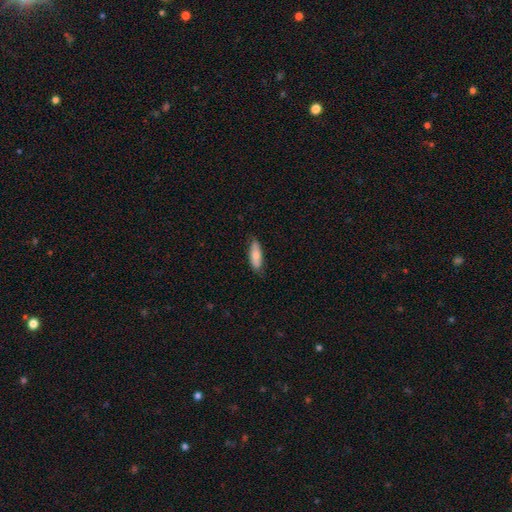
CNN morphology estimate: Smooth or featured?
  - smooth: 74% *
  - featured or disk: 21%
  - star or artifact: 6%
How rounded?
  - in between: 60% *
  - cigar-shaped: 38%
  - round: 2%
Merging?
  - none: 79% *
  - minor disturbance: 17%
  - major disturbance: 3%
  - merger: 1%